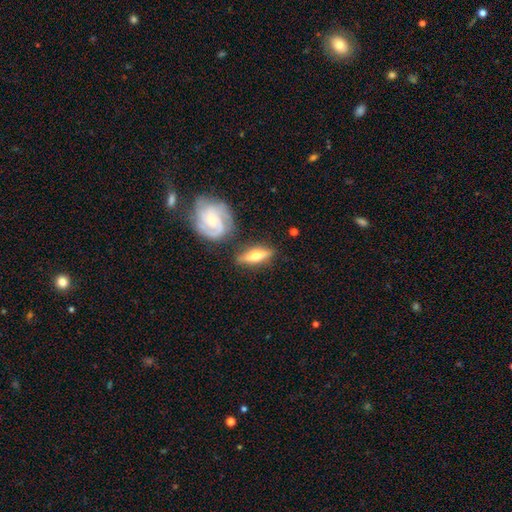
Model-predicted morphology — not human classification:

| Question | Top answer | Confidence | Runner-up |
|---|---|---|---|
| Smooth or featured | featured or disk | 60% | smooth (34%) |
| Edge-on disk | yes | 74% | no (26%) |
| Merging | none | 74% | minor disturbance (13%) |